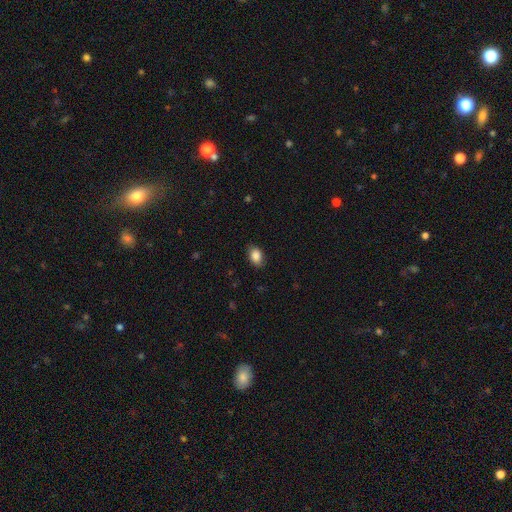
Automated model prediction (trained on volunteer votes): A smooth galaxy with no disk features (87%) that is in between round and cigar-shaped (81%). Merging: none (84%).